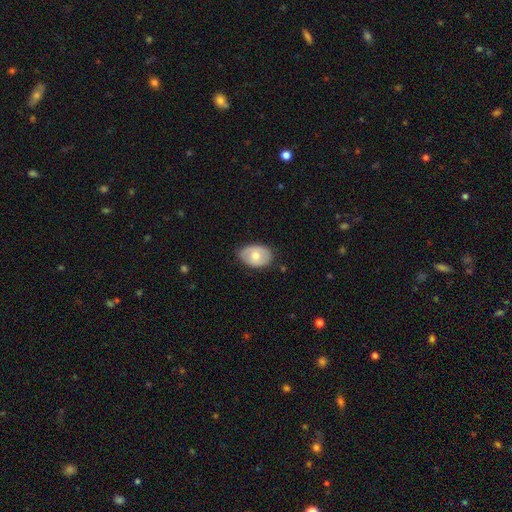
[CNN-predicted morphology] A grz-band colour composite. It shows a smooth galaxy with no disk features (63%) that is in between round and cigar-shaped (82%). Merging: none (77%).